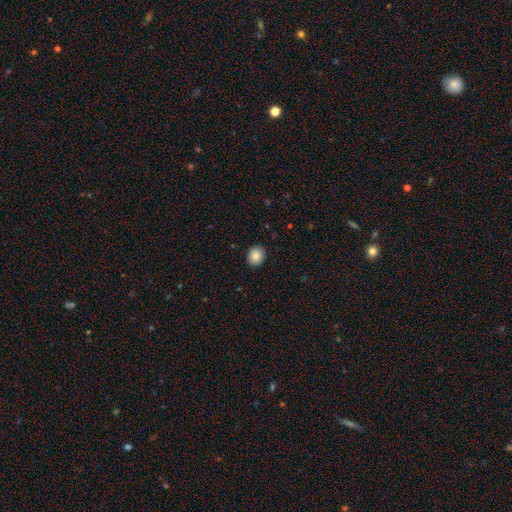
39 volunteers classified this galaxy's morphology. smooth_or_featured: smooth (p=0.87) [alt: featured or disk p=0.10]
how_rounded: round (p=0.74) [alt: in between p=0.26]
merging: none (p=0.87) [alt: minor disturbance p=0.13]